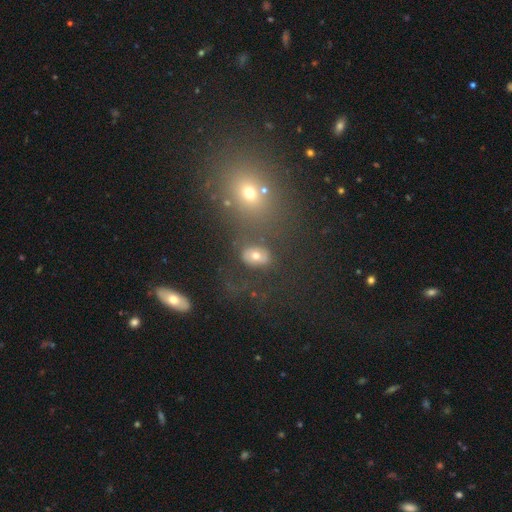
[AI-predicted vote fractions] smooth 59%, featured or disk 22%, star or artifact 20%. Down the decision tree: how rounded — in between (67%); merging — none (52%).